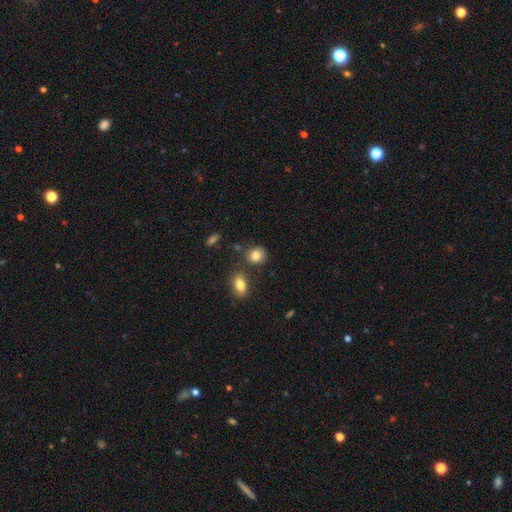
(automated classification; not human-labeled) Smooth or featured?
  - smooth: 83% *
  - star or artifact: 10%
  - featured or disk: 8%
How rounded?
  - round: 73% *
  - in between: 26%
  - cigar-shaped: 1%
Merging?
  - none: 70% *
  - minor disturbance: 14%
  - merger: 12%
  - major disturbance: 4%